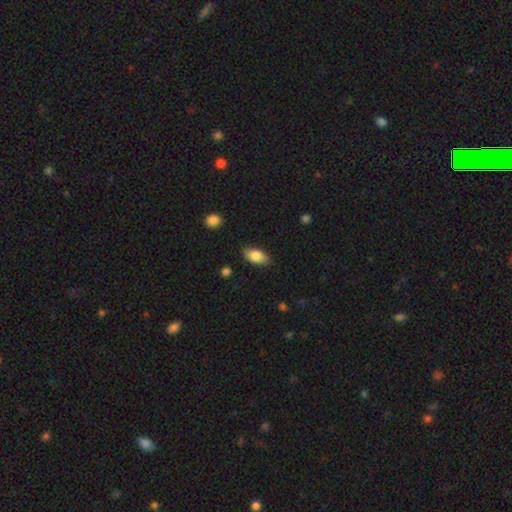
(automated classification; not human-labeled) This appears to be a smooth galaxy with no disk features (82%) that is in between round and cigar-shaped (91%). Merging: none (85%).